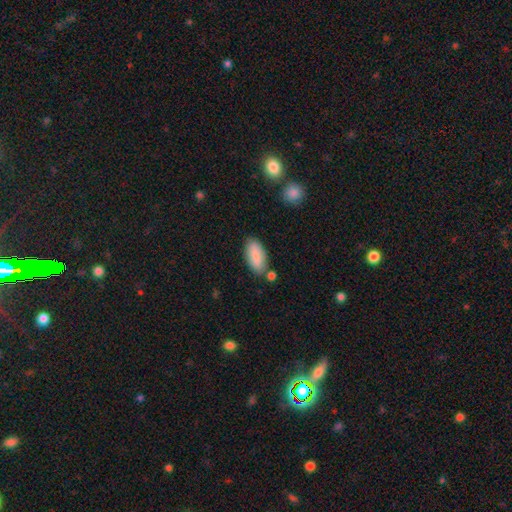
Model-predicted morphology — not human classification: type=smooth (85%); roundness=in between (87%); merging=none (74%).